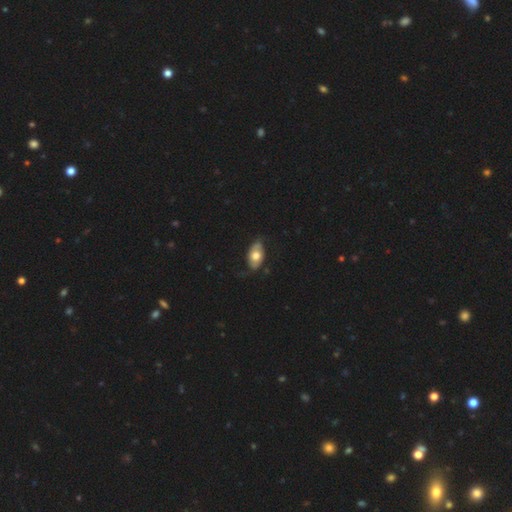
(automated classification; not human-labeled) This is possibly a smooth galaxy (54%). How rounded: clearly in between (90%). Merging: likely none (69%).